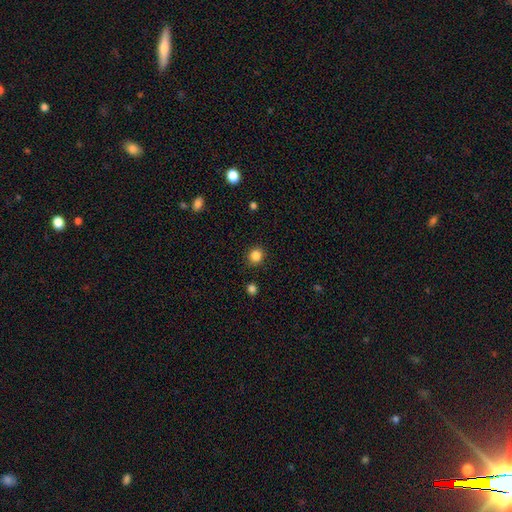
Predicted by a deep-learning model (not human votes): Smooth or featured: smooth — 84% (star or artifact — 12%)
How rounded: round — 85% (in between — 15%)
Merging: none — 89% (minor disturbance — 8%)